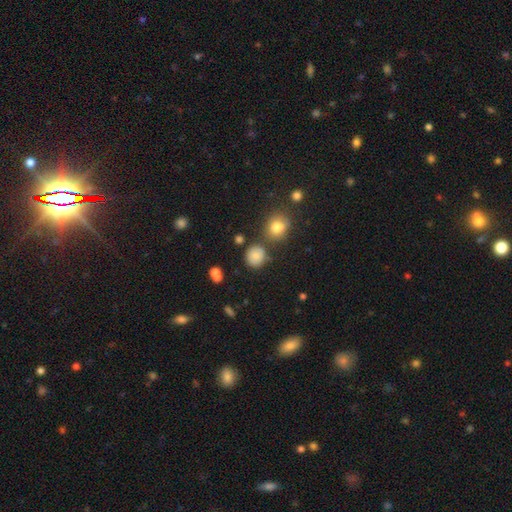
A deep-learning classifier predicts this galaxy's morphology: smooth 79%, star or artifact 13%, featured or disk 8%. Down the decision tree: how rounded — round (83%); merging — none (76%).